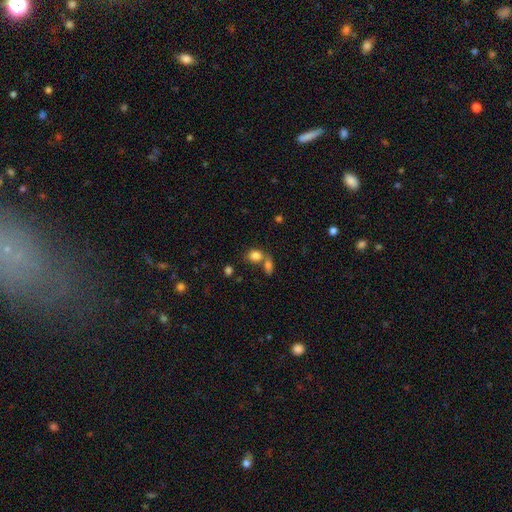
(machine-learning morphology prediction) This is clearly a smooth galaxy (83%). How rounded: possibly in between (58%). Merging: marginally none (45%).